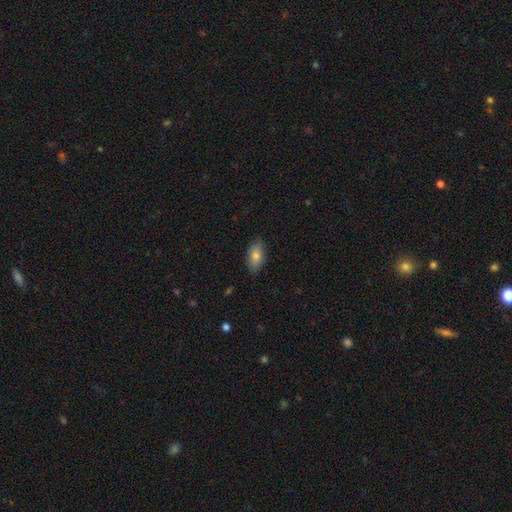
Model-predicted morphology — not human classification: A smooth galaxy with no disk features (78%) that is in between round and cigar-shaped (91%). Merging: none (84%).